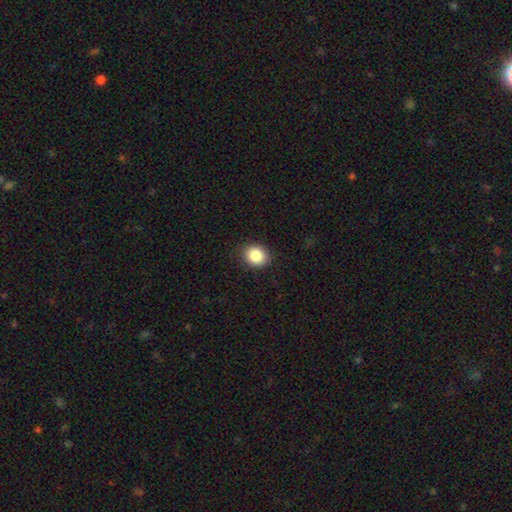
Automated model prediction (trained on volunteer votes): A smooth galaxy with no disk features (86%) that is round (64%). Merging: none (88%).